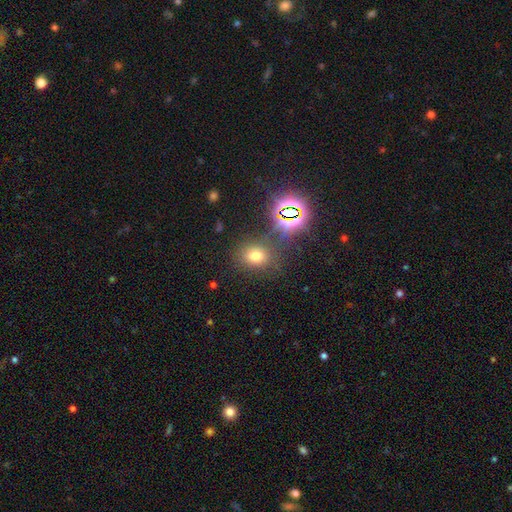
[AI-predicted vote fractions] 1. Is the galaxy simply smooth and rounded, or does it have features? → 64% smooth, 27% star or artifact, 9% featured or disk.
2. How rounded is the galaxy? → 60% round, 39% in between, 1% cigar-shaped.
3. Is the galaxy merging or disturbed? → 77% none, 11% minor disturbance, 6% merger, 6% major disturbance.